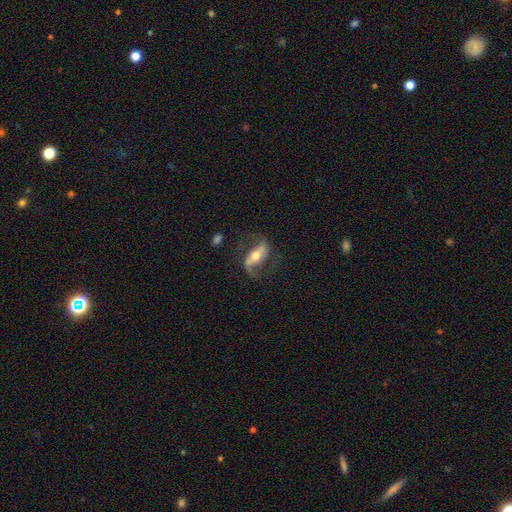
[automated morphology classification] Smooth or featured? featured or disk (79%)
Edge-on disk? no (86%)
Bar? strong (59%)
Spiral arms? yes (89%)
Spiral winding? loose (55%)
Spiral arm count? 2 (90%)
Bulge size? moderate (66%)
Merging? none (70%)